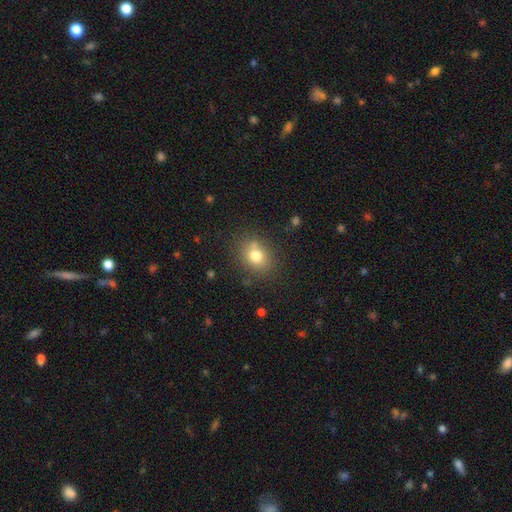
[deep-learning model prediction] A smooth galaxy with no disk features (76%) that is round (56%). Merging: none (73%).